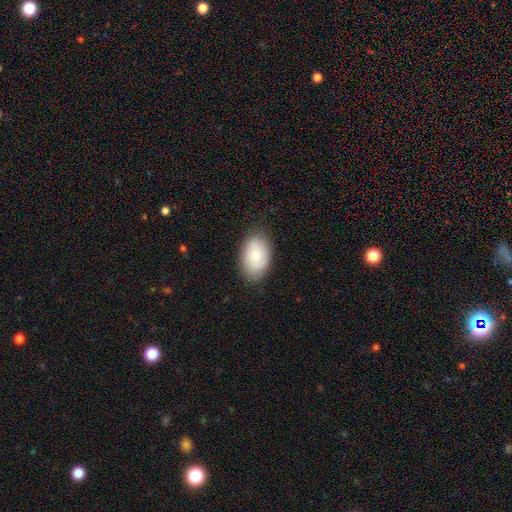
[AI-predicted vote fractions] A smooth galaxy with no disk features (74%) that is in between round and cigar-shaped (87%). Merging: none (81%).